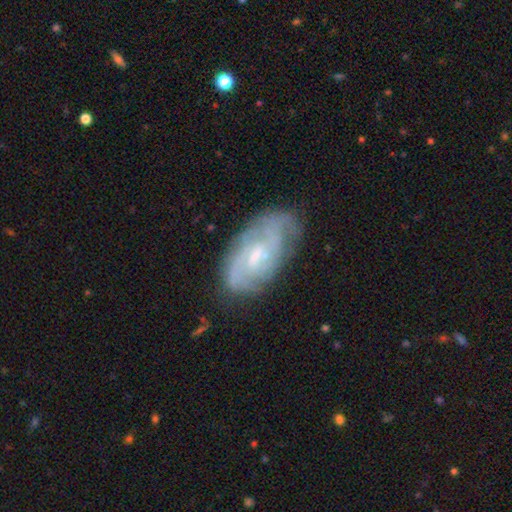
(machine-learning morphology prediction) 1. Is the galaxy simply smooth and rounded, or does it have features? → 72% featured or disk, 22% smooth, 6% star or artifact.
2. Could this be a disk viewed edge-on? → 95% no, 5% yes.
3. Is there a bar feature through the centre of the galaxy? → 53% weak, 36% no, 10% strong.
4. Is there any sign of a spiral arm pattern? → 83% yes, 17% no.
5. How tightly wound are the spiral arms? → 50% tight, 37% medium, 14% loose.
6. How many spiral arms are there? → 44% can't tell, 34% 2, 11% 3, 5% 1, 4% 4, 3% more than 4.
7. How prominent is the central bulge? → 54% small, 32% moderate, 11% none, 2% large, 1% dominant.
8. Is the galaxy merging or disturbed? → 65% none, 24% minor disturbance, 9% major disturbance, 2% merger.